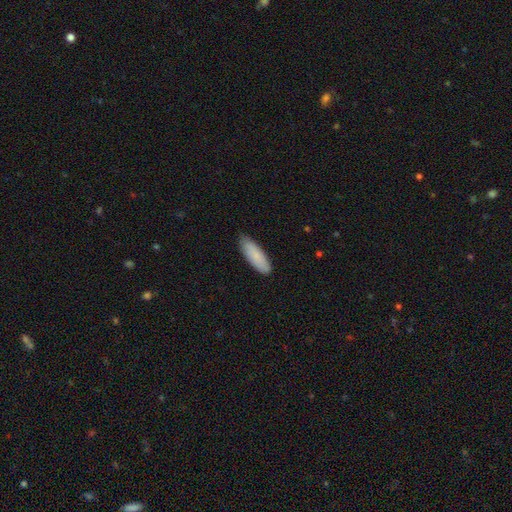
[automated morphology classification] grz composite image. It shows a smooth galaxy with no disk features (85%) that is in between round and cigar-shaped (59%). Merging: none (84%).